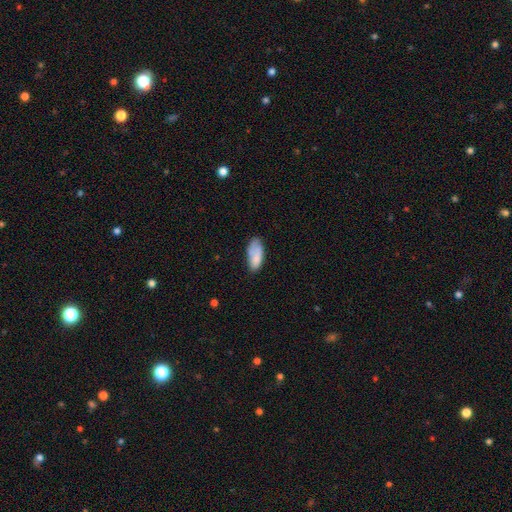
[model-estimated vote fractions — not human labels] The model was most divided on "merging": none: 56%, minor disturbance: 29%, major disturbance: 10%, merger: 4%. More confident: how rounded — in between (86%); smooth or featured — smooth (77%).